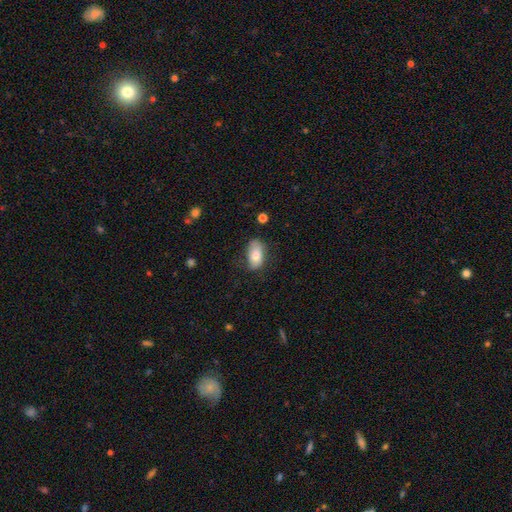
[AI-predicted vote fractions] Smooth or featured?
  - smooth: 80% *
  - featured or disk: 13%
  - star or artifact: 7%
How rounded?
  - in between: 93% *
  - round: 4%
  - cigar-shaped: 3%
Merging?
  - none: 65% *
  - minor disturbance: 26%
  - major disturbance: 7%
  - merger: 2%